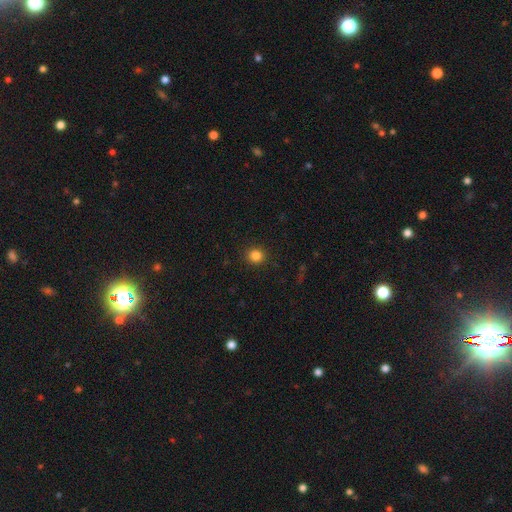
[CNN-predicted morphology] This appears to be a smooth galaxy with no disk features (84%) that is round (91%). Merging: none (92%).